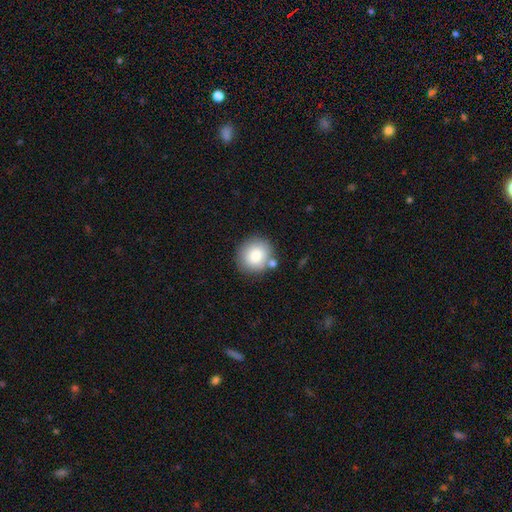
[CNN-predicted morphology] Overall: smooth (83%). How rounded: round (87%). Merging: none (76%).